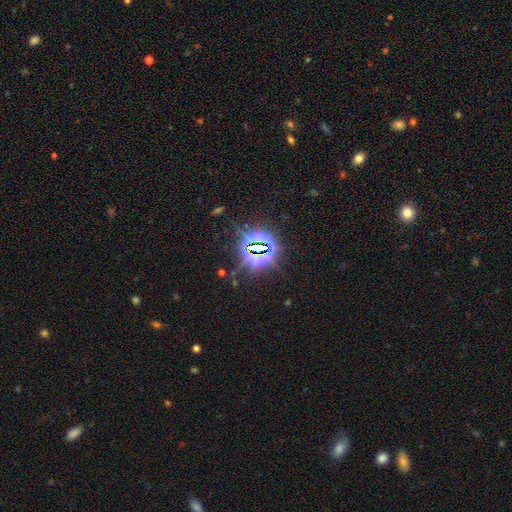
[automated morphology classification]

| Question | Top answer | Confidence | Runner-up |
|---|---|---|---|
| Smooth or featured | star or artifact | 83% | smooth (9%) |